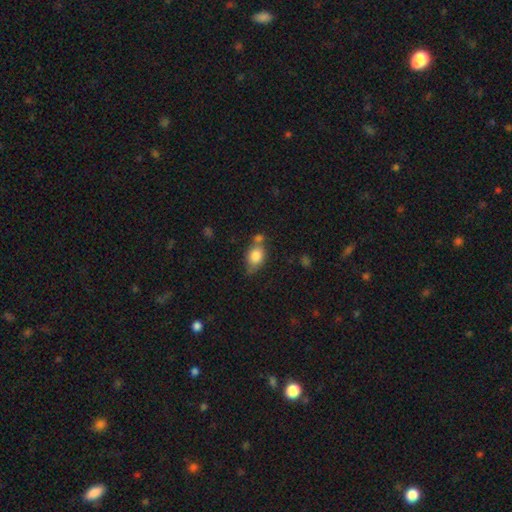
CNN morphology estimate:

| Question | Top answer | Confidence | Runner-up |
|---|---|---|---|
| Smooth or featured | smooth | 82% | featured or disk (10%) |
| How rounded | in between | 73% | round (24%) |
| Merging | none | 46% | merger (26%) |